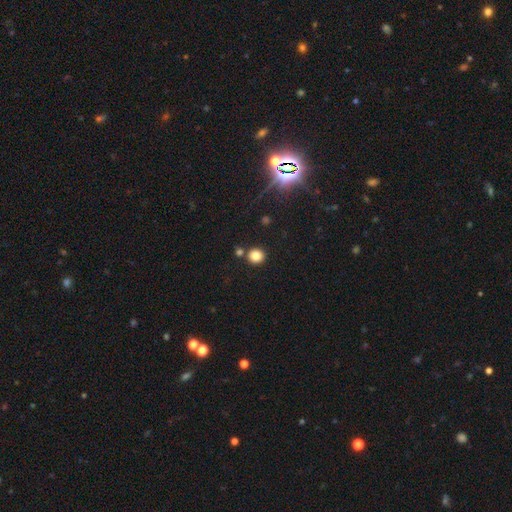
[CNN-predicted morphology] A smooth galaxy with no disk features (81%) that is round (91%). Merging: none (80%).